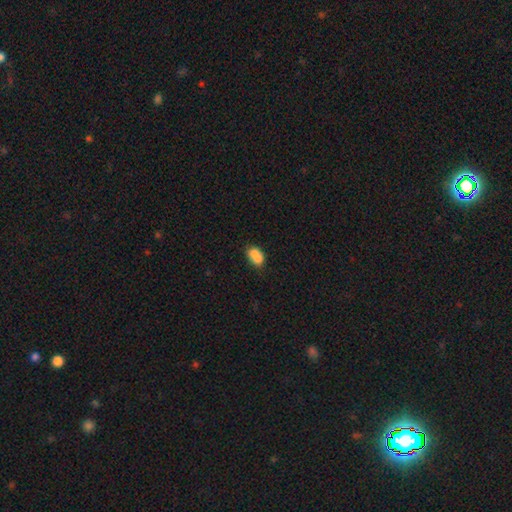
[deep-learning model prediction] Smooth or featured?
  - smooth: 79% *
  - featured or disk: 12%
  - star or artifact: 9%
How rounded?
  - in between: 81% *
  - round: 17%
  - cigar-shaped: 2%
Merging?
  - none: 45% *
  - merger: 32%
  - minor disturbance: 18%
  - major disturbance: 5%